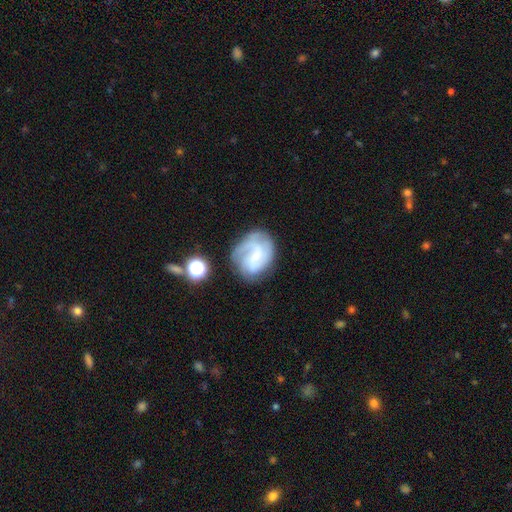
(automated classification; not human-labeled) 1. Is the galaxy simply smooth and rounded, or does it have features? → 67% featured or disk, 25% smooth, 8% star or artifact.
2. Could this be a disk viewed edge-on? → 98% no, 2% yes.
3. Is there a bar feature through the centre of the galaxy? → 49% no, 43% weak, 9% strong.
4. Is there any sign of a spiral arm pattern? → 89% yes, 11% no.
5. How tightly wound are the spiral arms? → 41% medium, 37% tight, 22% loose.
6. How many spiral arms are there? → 30% 2, 29% can't tell, 23% 3, 10% 1, 4% 4, 3% more than 4.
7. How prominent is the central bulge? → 61% small, 20% moderate, 16% none, 2% large, 1% dominant.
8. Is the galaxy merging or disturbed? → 55% none, 24% minor disturbance, 17% major disturbance, 4% merger.